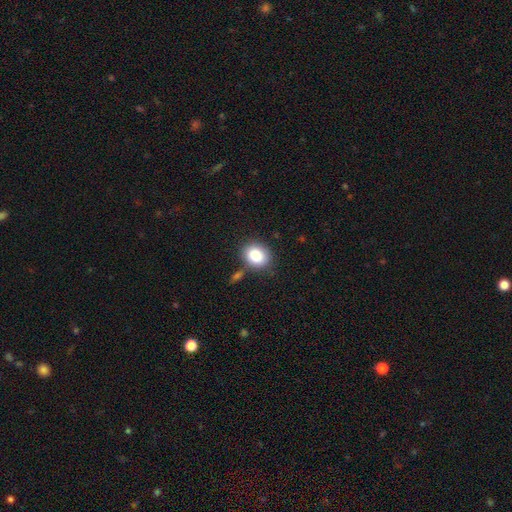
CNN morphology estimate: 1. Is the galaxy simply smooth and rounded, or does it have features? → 87% smooth, 8% star or artifact, 5% featured or disk.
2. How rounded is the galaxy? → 52% round, 47% in between, 1% cigar-shaped.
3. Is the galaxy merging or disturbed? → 74% none, 13% minor disturbance, 8% merger, 4% major disturbance.